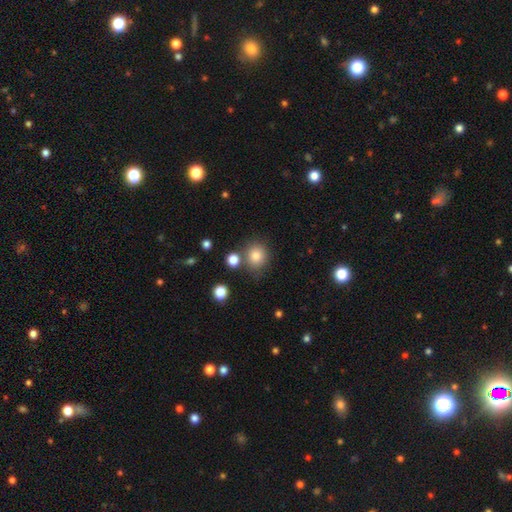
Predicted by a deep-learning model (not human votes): A smooth galaxy with no disk features (83%) that is round (83%). Merging: none (74%).